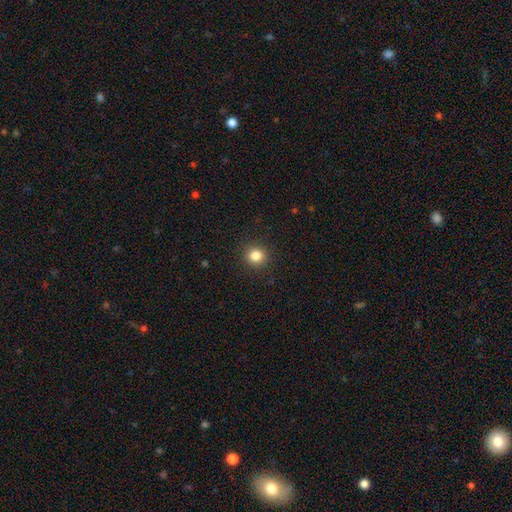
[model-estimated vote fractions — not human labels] Smooth or featured?
  - smooth: 83% *
  - star or artifact: 11%
  - featured or disk: 5%
How rounded?
  - round: 88% *
  - in between: 11%
  - cigar-shaped: 1%
Merging?
  - none: 91% *
  - minor disturbance: 6%
  - major disturbance: 2%
  - merger: 1%